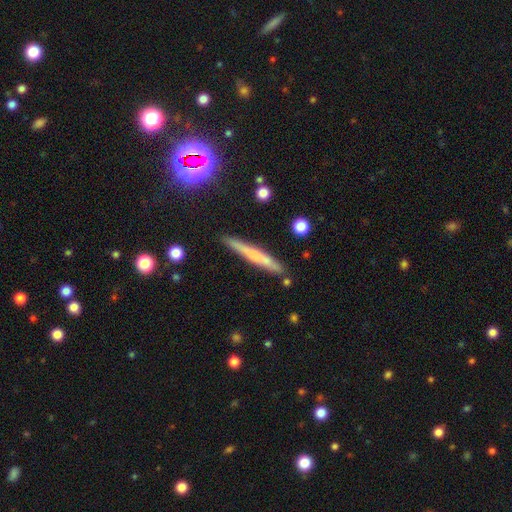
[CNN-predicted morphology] type=smooth (55%); roundness=cigar-shaped (95%); merging=none (86%).